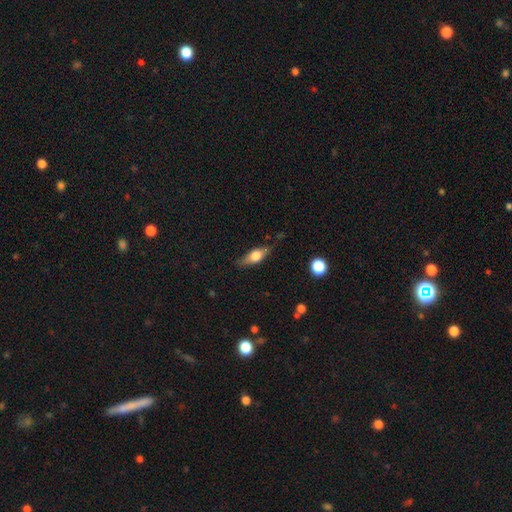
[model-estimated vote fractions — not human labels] smooth_or_featured: smooth (p=0.52) [alt: featured or disk p=0.41]
how_rounded: in between (p=0.61) [alt: cigar-shaped p=0.33]
merging: none (p=0.77) [alt: minor disturbance p=0.17]